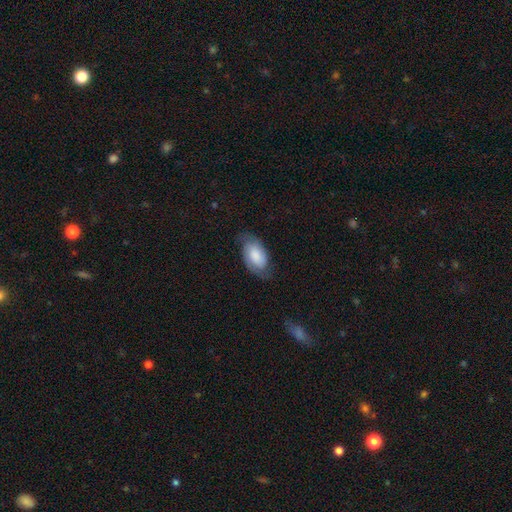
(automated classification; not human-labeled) smooth_or_featured: featured or disk (p=0.48) [alt: smooth p=0.44]
merging: none (p=0.66) [alt: minor disturbance p=0.23]